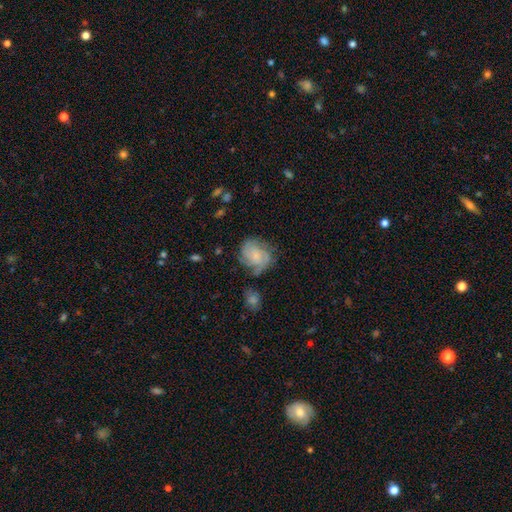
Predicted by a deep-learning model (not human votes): Morphology: type=featured or disk (58%); edge-on=no (98%); bar=no (73%); spiral arms=yes (87%); bulge=small (55%); merging=none (61%).